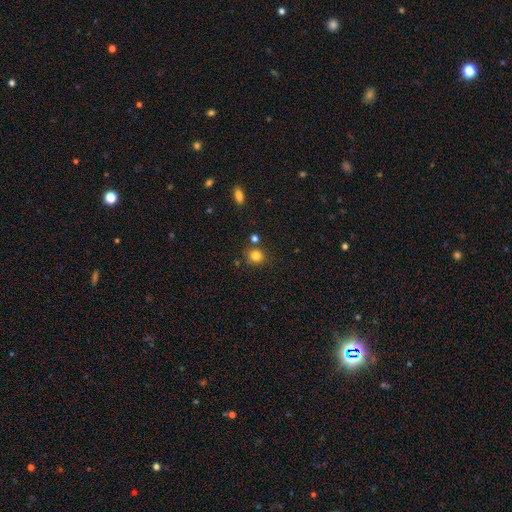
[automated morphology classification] Smooth or featured: smooth — 82% (star or artifact — 12%)
How rounded: round — 84% (in between — 15%)
Merging: none — 79% (minor disturbance — 10%)